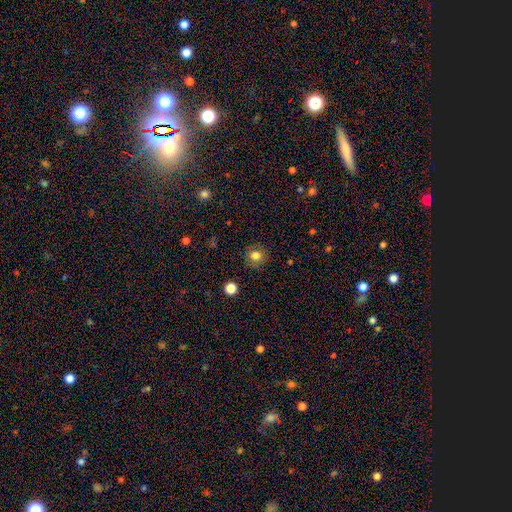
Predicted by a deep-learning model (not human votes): Morphology: type=smooth (78%); roundness=round (84%); merging=none (86%).